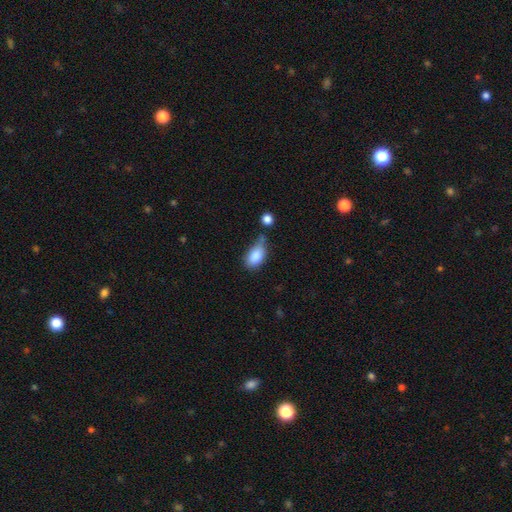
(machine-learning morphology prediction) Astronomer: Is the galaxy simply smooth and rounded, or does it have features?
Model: smooth — 86%.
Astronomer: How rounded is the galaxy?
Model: in between — 91%.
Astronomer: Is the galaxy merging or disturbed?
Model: none — 41% (runner-up: minor disturbance, 33%).